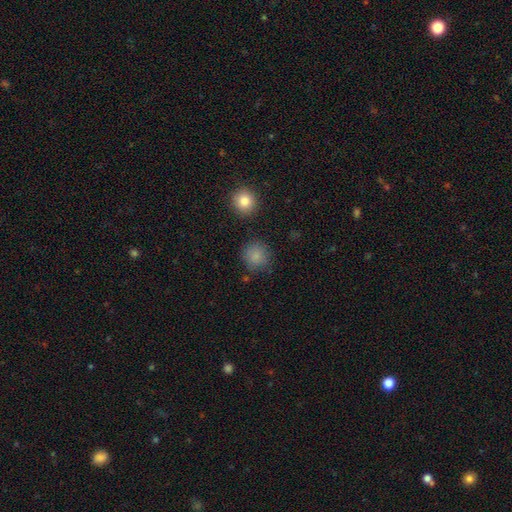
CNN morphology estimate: A smooth galaxy with no disk features (85%) that is round (91%).

Vote fractions:
- Smooth or featured? smooth: 85% / star or artifact: 11% / featured or disk: 4%
- How rounded? round: 91% / in between: 8% / cigar-shaped: 1%
- Merging? none: 84% / minor disturbance: 10% / major disturbance: 3% / merger: 3%